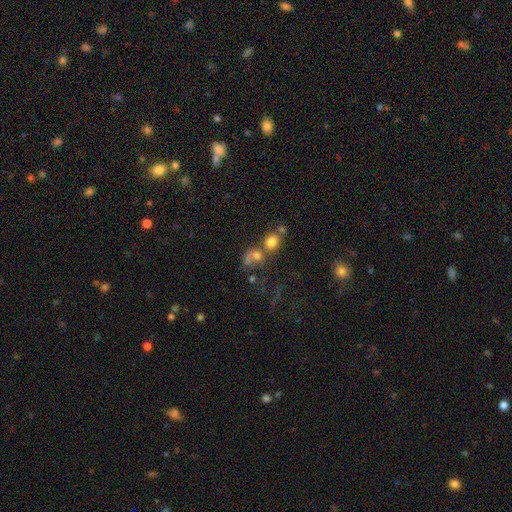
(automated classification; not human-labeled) This is likely a smooth galaxy (67%). How rounded: likely round (70%). Merging: possibly merger (47%).